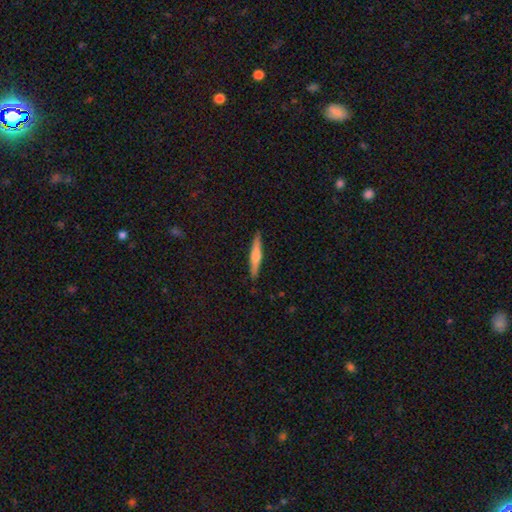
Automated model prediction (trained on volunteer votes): Smooth or featured? Predicted: smooth (p=0.47, tied with featured or disk). Merging? Predicted: none (p=0.90).